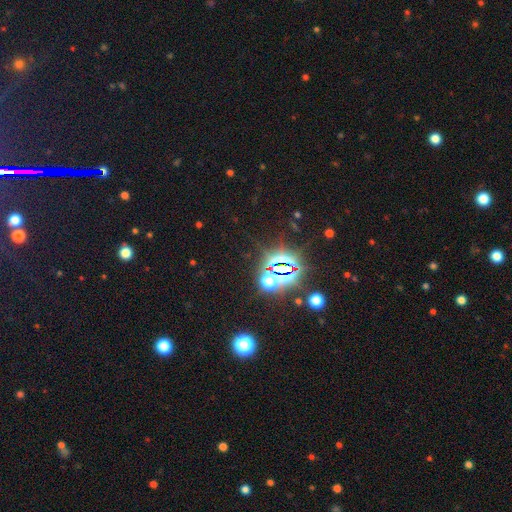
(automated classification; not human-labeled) This appears to be a star or artifact, not a galaxy (83%).